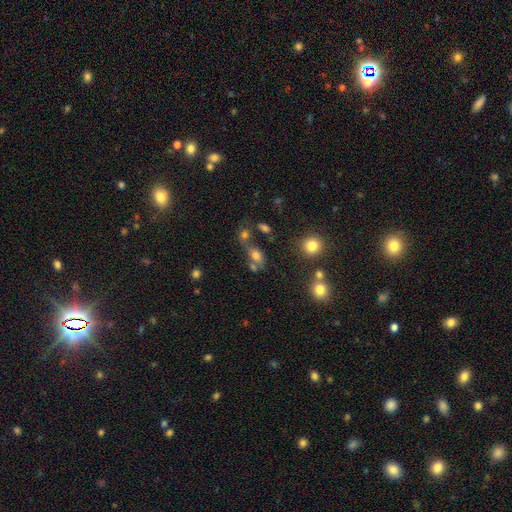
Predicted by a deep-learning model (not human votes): smooth_or_featured: smooth (p=0.73) [alt: star or artifact p=0.15]
how_rounded: in between (p=0.71) [alt: round p=0.25]
merging: none (p=0.42) [alt: merger p=0.35]